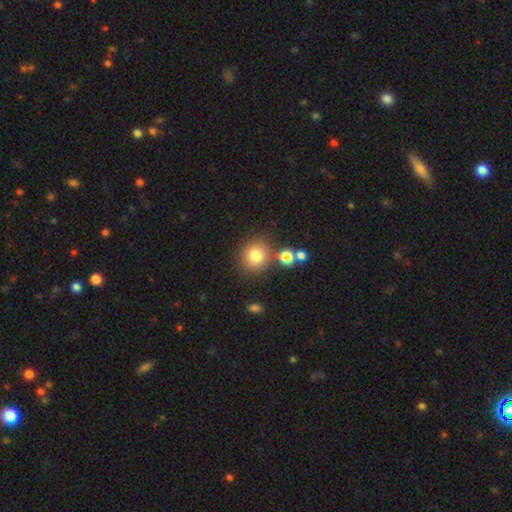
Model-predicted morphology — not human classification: smooth_or_featured: smooth (p=0.79) [alt: star or artifact p=0.13]
how_rounded: round (p=0.87) [alt: in between p=0.12]
merging: none (p=0.78) [alt: merger p=0.10]